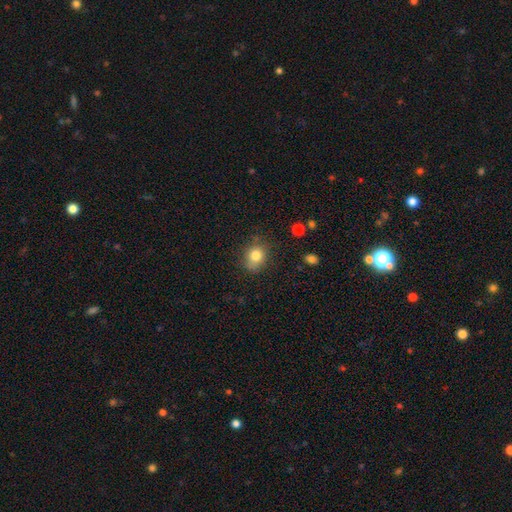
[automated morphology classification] This appears to be a smooth galaxy with no disk features (80%) that is round (58%). Merging: none (69%).